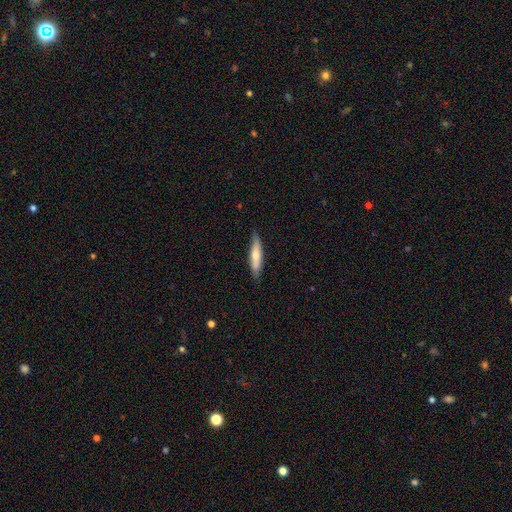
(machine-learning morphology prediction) type=smooth (61%); roundness=cigar-shaped (83%); merging=none (85%).